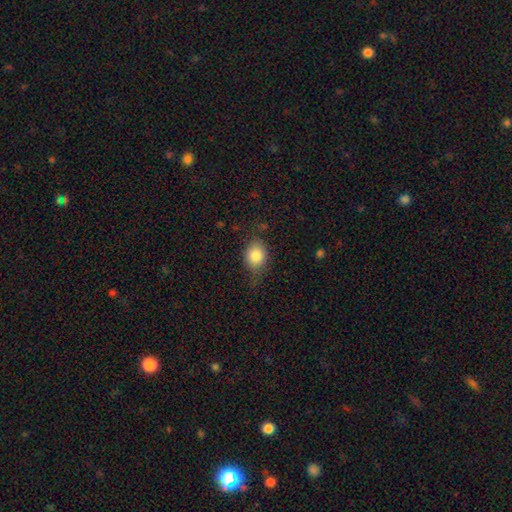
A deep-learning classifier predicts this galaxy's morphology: type=smooth (83%); roundness=in between (50%); merging=none (63%).